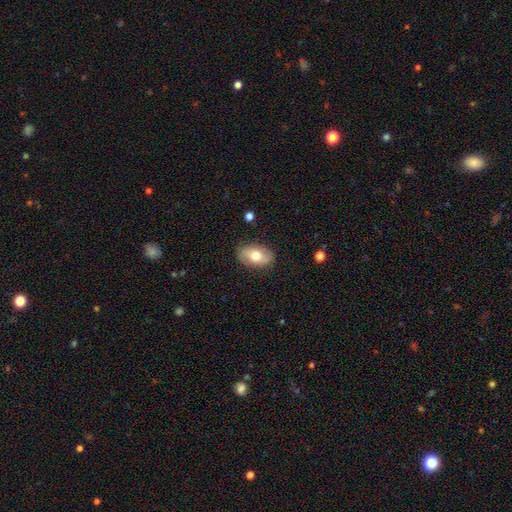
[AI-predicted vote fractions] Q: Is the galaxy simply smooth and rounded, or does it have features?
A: smooth — 67%.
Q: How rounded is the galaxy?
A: in between — 89%.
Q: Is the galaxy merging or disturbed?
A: none — 85%.